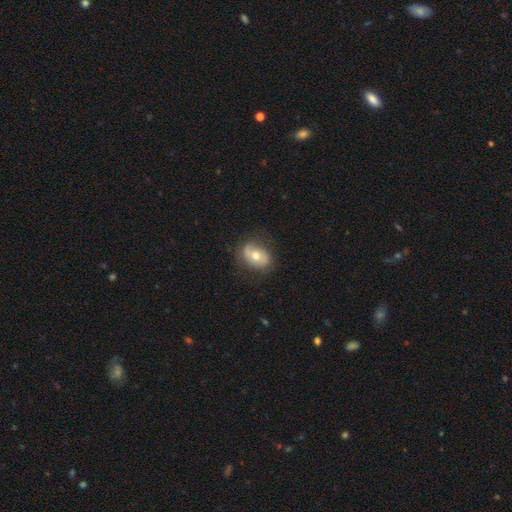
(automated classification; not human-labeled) The model was most divided on "smooth or featured": smooth: 49%, featured or disk: 43%, star or artifact: 8%. More confident: merging — none (74%).